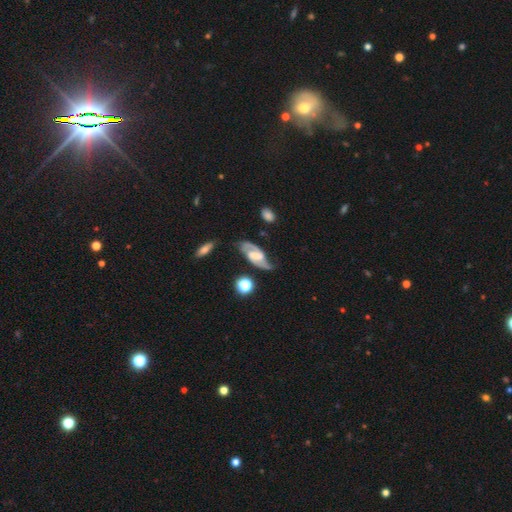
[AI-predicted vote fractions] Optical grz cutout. It shows a featured or disk galaxy (85%) with a weak bar (46%), 2 (92%) medium (54%) spiral arms (96%) and a small central bulge (31%). Merging: none (72%).